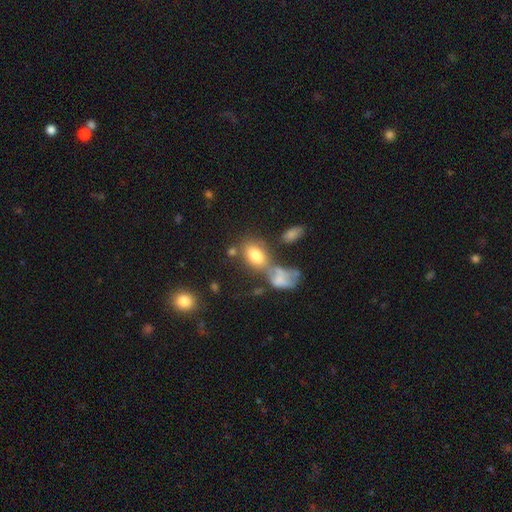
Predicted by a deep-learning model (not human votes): Q: Smooth or featured?
A: smooth (74%); runner-up: featured or disk (16%)
Q: How rounded?
A: in between (83%); runner-up: round (15%)
Q: Merging?
A: merger (38%); runner-up: none (36%)